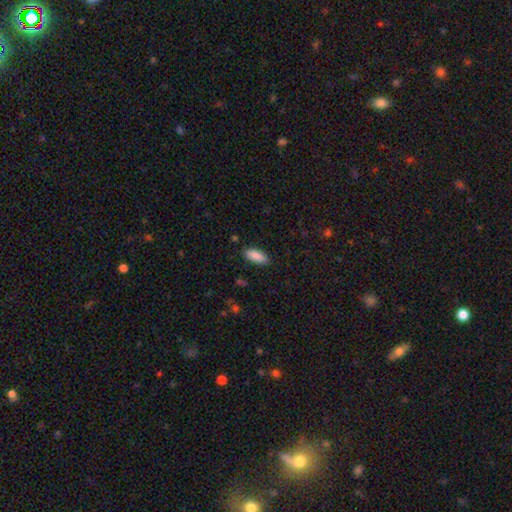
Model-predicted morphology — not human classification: The model was most divided on "how rounded": in between: 79%, cigar-shaped: 19%, round: 2%. More confident: smooth or featured — smooth (88%); merging — none (86%).